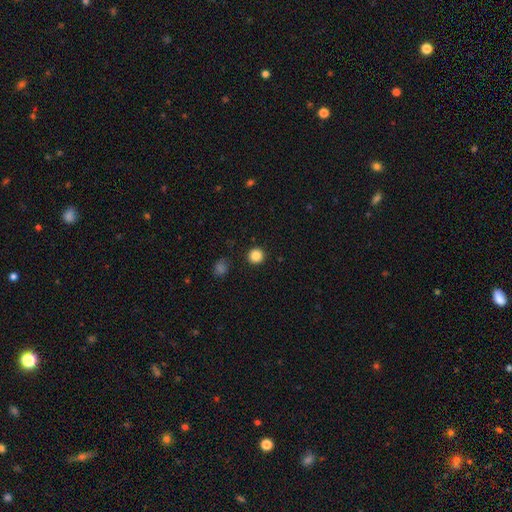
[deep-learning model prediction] Overall: smooth (85%). How rounded: round (95%). Merging: none (92%).